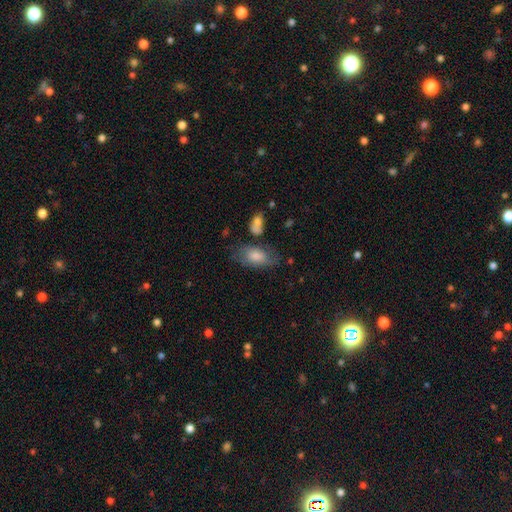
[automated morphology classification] smooth-or-featured: smooth: 58% | featured or disk: 31% | star or artifact: 11%
  how-rounded: in between: 87% | round: 9% | cigar-shaped: 5%
  merging: none: 57% | minor disturbance: 23% | major disturbance: 12% | merger: 8%